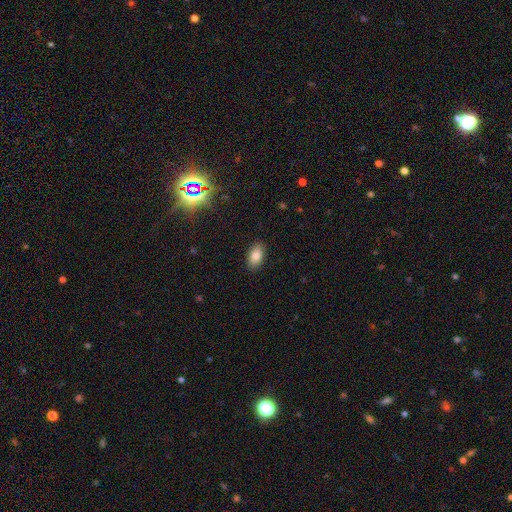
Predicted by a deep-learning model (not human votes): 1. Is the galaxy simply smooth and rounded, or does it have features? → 83% smooth, 9% star or artifact, 8% featured or disk.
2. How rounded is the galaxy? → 92% in between, 5% round, 3% cigar-shaped.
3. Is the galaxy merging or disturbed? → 88% none, 9% minor disturbance, 2% major disturbance, 1% merger.